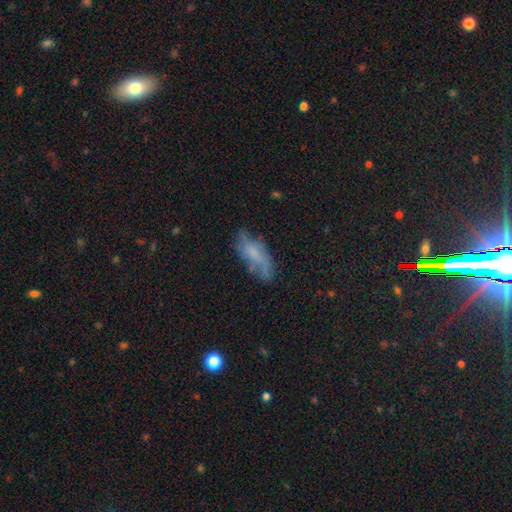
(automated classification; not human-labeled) Smooth or featured? smooth (51%)
How rounded? in between (73%)
Merging? none (51%)